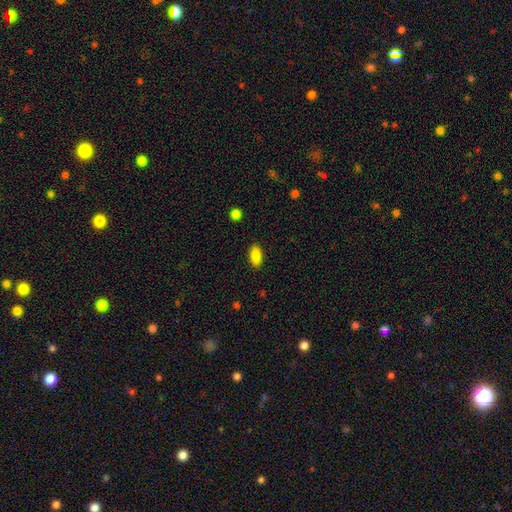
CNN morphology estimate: Smooth or featured?
  - smooth: 88% *
  - star or artifact: 8%
  - featured or disk: 4%
How rounded?
  - in between: 89% *
  - cigar-shaped: 9%
  - round: 3%
Merging?
  - none: 88% *
  - minor disturbance: 8%
  - major disturbance: 2%
  - merger: 1%